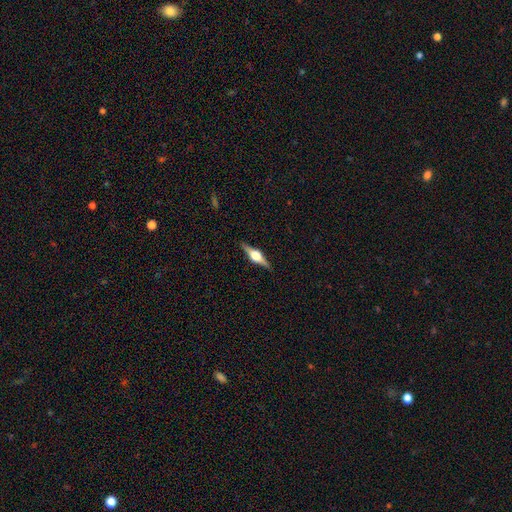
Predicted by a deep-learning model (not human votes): A featured or disk galaxy (81%) viewed edge-on (98%) with a rounded central bulge (94%).

Vote fractions:
- Smooth or featured? featured or disk: 81% / smooth: 13% / star or artifact: 6%
- Edge-on disk? yes: 98% / no: 2%
- Edge-on bulge? rounded: 94% / boxy: 5% / none: 1%
- Merging? none: 90% / minor disturbance: 7% / major disturbance: 2% / merger: 1%